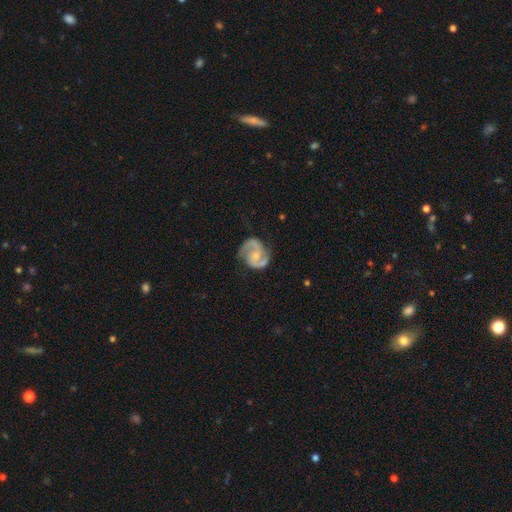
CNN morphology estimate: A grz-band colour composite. It shows a featured or disk galaxy (88%) with no bar (57%), 2 (92%) medium (57%) spiral arms (97%) and a small central bulge (53%). Merging: none (73%).